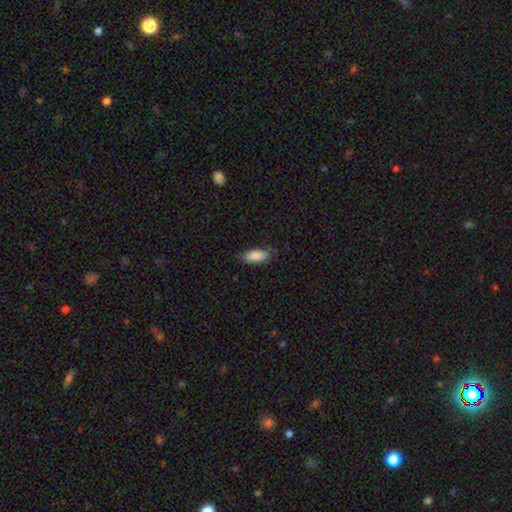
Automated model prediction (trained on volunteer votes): This appears to be a smooth galaxy with no disk features (87%) that is in between round and cigar-shaped (85%). Merging: none (78%).